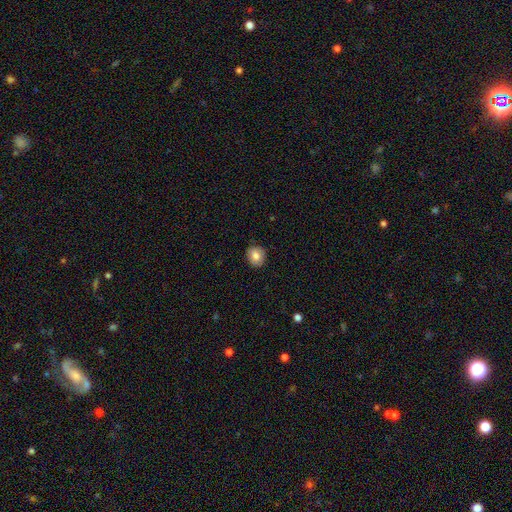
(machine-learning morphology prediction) Q: Smooth or featured?
A: smooth (80%); runner-up: featured or disk (12%)
Q: How rounded?
A: round (80%); runner-up: in between (19%)
Q: Merging?
A: none (88%); runner-up: minor disturbance (10%)